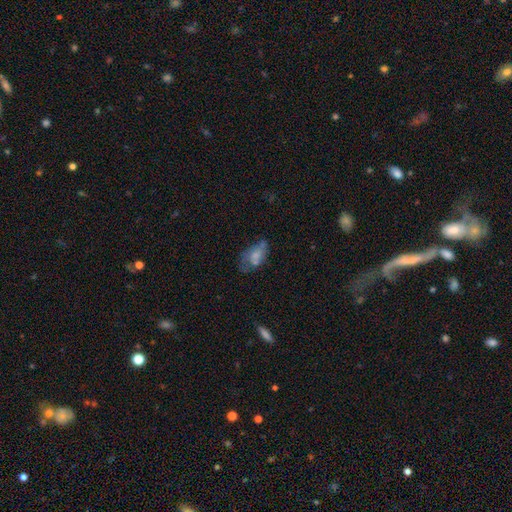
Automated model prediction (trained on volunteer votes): smooth 61%, featured or disk 30%, star or artifact 10%. Down the decision tree: how rounded — in between (90%); merging — none (38%).